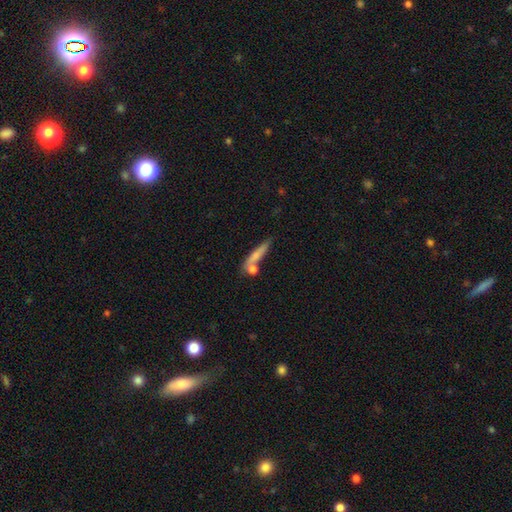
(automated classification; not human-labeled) Morphology: type=smooth (66%); roundness=cigar-shaped (80%); merging=none (58%).